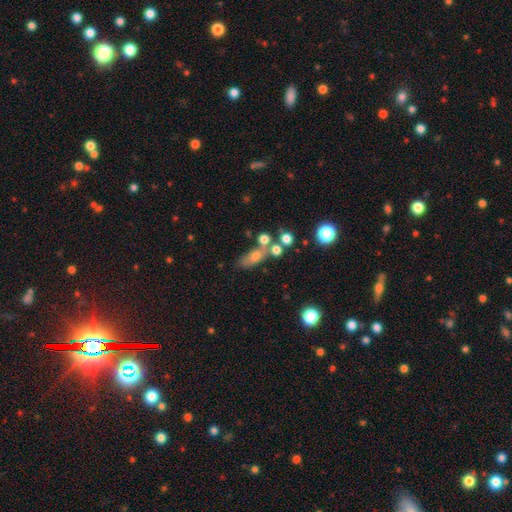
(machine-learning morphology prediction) smooth 65%, featured or disk 20%, star or artifact 14%. Down the decision tree: how rounded — in between (63%); merging — none (40%).